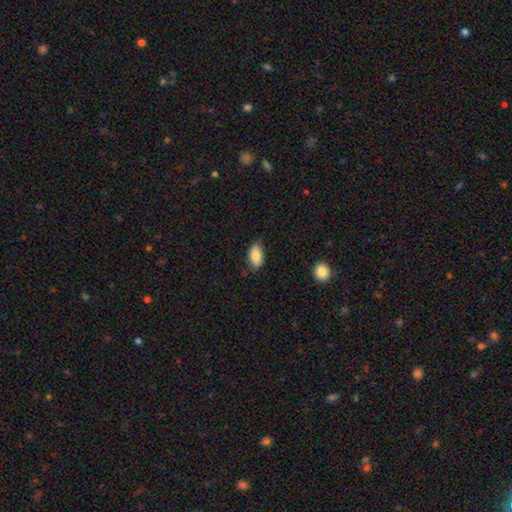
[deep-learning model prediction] This is clearly a smooth galaxy (80%). How rounded: clearly in between (92%). Merging: likely none (68%).